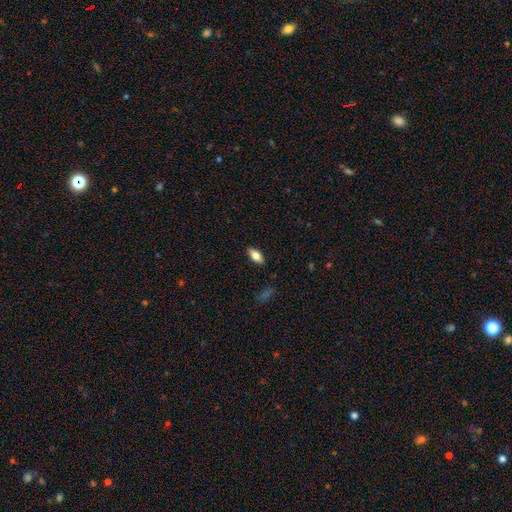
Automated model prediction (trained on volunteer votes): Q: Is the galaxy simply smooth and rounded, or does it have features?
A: smooth — 69%.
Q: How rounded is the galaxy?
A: in between — 83%.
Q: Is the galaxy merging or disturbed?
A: none — 88%.